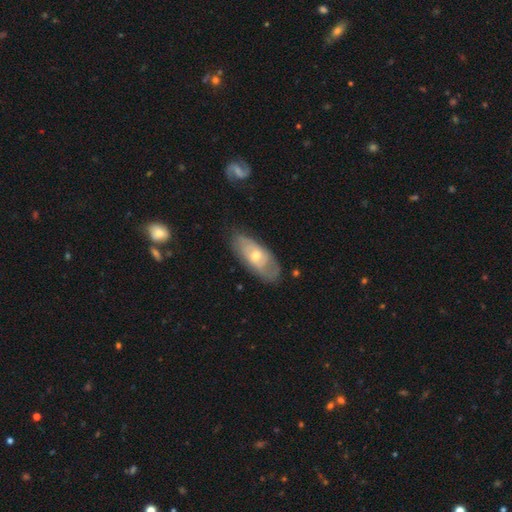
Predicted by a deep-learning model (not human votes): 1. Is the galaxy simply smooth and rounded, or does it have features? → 56% featured or disk, 38% smooth, 6% star or artifact.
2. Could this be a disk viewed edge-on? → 83% no, 17% yes.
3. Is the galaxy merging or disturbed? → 74% none, 20% minor disturbance, 5% major disturbance, 2% merger.